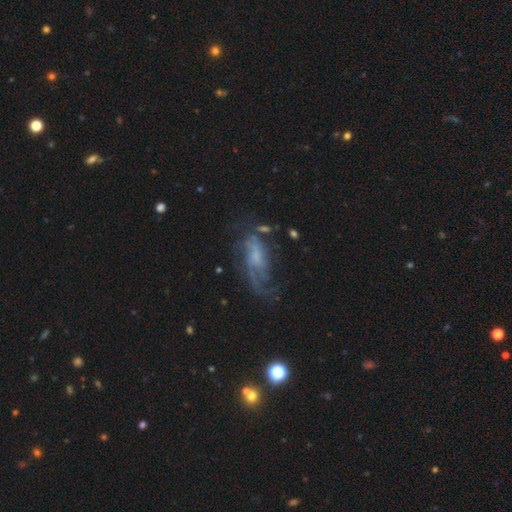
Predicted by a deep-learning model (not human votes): smooth-or-featured: featured or disk: 65% | smooth: 24% | star or artifact: 11%
  disk-edge-on: no: 89% | yes: 11%
    bar: no: 64% | weak: 29% | strong: 7%
    has-spiral-arms: yes: 72% | no: 28%
    bulge-size: small: 36% | none: 31% | moderate: 26% | large: 6% | dominant: 2%
  merging: none: 44% | major disturbance: 28% | minor disturbance: 22% | merger: 5%